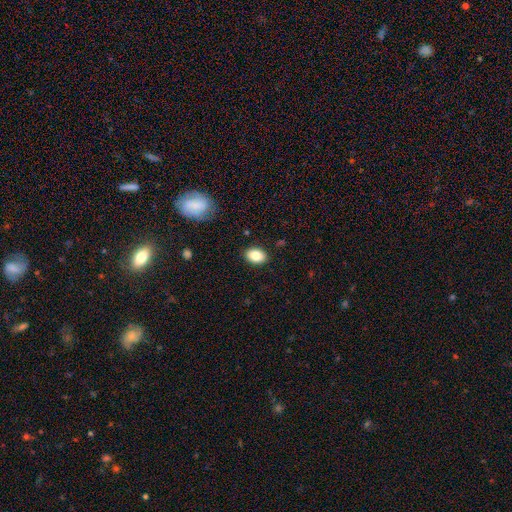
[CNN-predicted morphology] This is clearly a smooth galaxy (84%). How rounded: likely in between (79%). Merging: clearly none (88%).